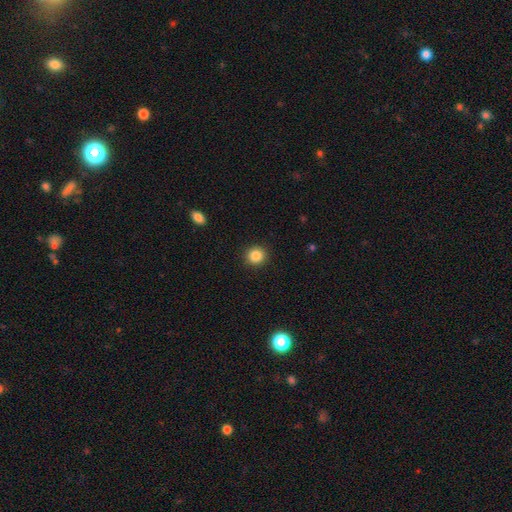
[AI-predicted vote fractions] Overall: smooth (86%). How rounded: round (89%). Merging: none (92%).